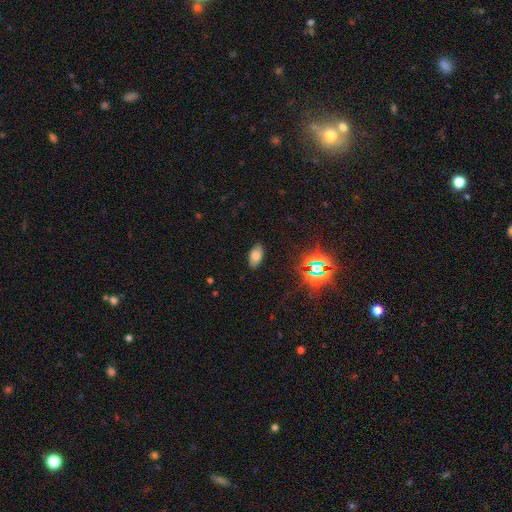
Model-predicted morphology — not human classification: This is likely a smooth galaxy (69%). How rounded: clearly in between (93%). Merging: clearly none (86%).